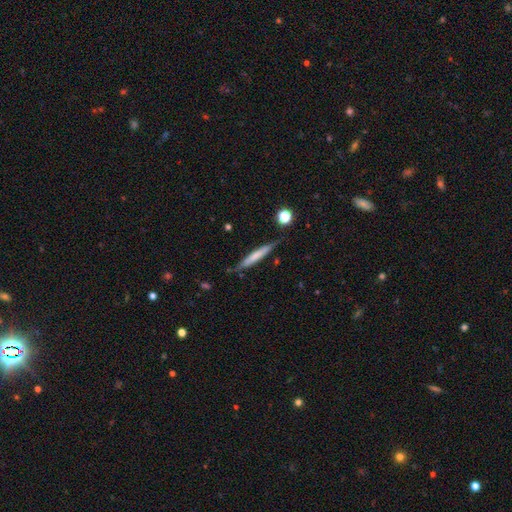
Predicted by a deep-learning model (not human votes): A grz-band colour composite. It shows a smooth galaxy with no disk features (57%) that is cigar-shaped (94%). Merging: none (80%).